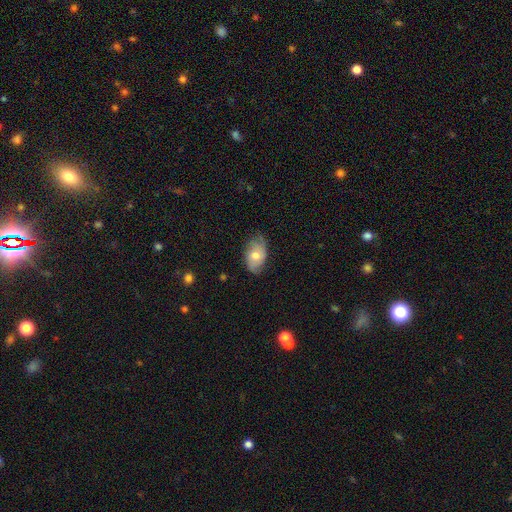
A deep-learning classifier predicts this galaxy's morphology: smooth_or_featured: smooth (p=0.57) [alt: featured or disk p=0.35]
how_rounded: in between (p=0.88) [alt: round p=0.10]
merging: none (p=0.67) [alt: minor disturbance p=0.27]